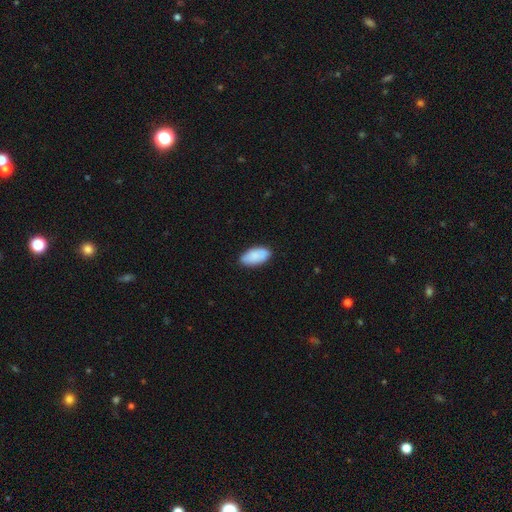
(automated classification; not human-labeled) A smooth galaxy with no disk features (86%) that is in between round and cigar-shaped (94%).

Vote fractions:
- Smooth or featured? smooth: 86% / featured or disk: 8% / star or artifact: 6%
- How rounded? in between: 94% / cigar-shaped: 4% / round: 2%
- Merging? none: 83% / minor disturbance: 13% / major disturbance: 2% / merger: 1%